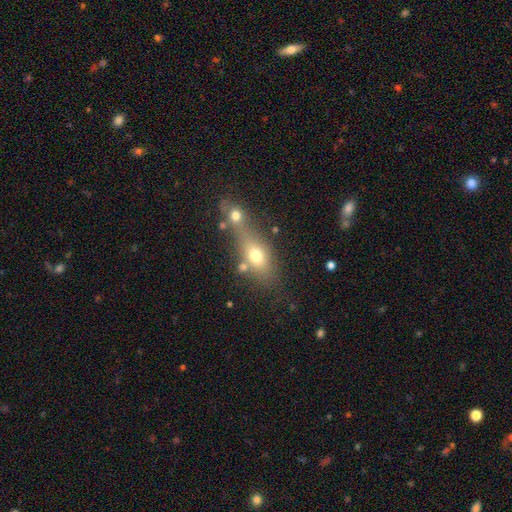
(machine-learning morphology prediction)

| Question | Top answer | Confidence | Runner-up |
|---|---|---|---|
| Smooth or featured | smooth | 65% | featured or disk (22%) |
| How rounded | in between | 63% | round (22%) |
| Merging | merger | 47% | none (35%) |